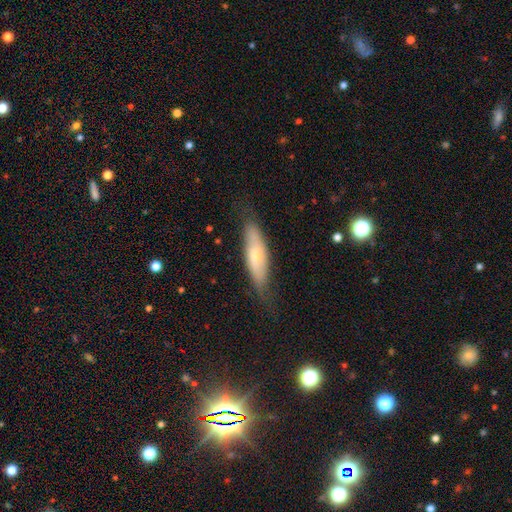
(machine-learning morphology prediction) smooth 51%, featured or disk 42%, star or artifact 7%. Down the decision tree: how rounded — cigar-shaped (55%); merging — none (72%).